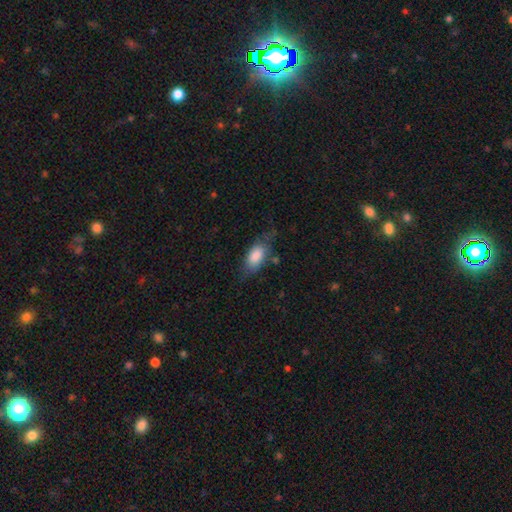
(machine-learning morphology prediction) Q: Smooth or featured?
A: smooth (80%); runner-up: featured or disk (14%)
Q: How rounded?
A: in between (86%); runner-up: cigar-shaped (10%)
Q: Merging?
A: none (58%); runner-up: minor disturbance (27%)